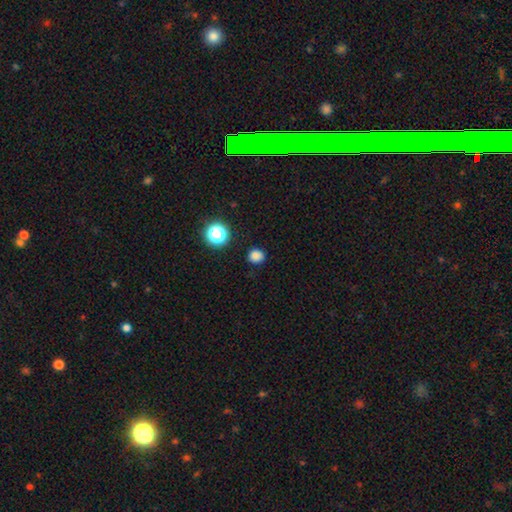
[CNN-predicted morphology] Smooth or featured? smooth (81%)
How rounded? round (81%)
Merging? none (87%)